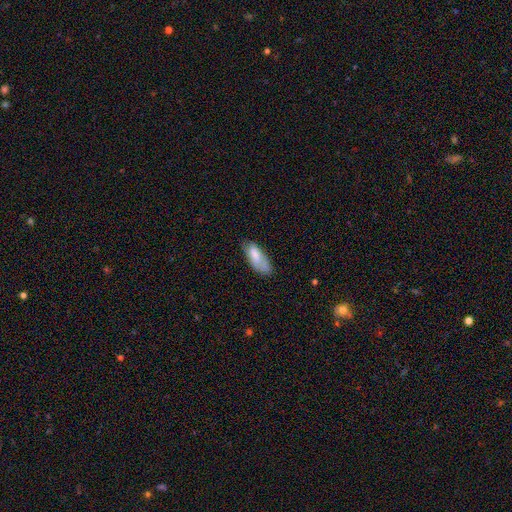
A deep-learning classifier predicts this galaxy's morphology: A smooth galaxy with no disk features (75%) that is in between round and cigar-shaped (76%). Merging: none (52%).